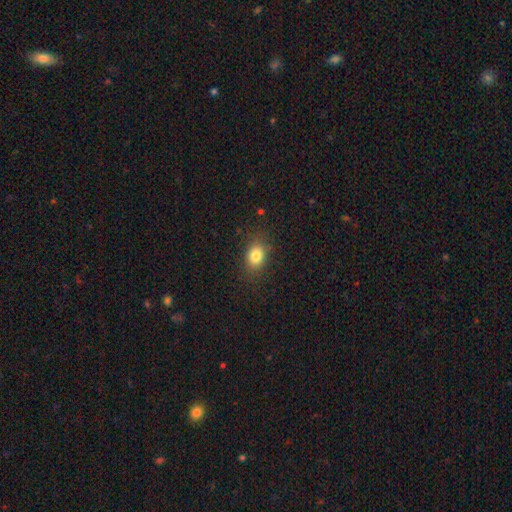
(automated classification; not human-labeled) A smooth galaxy with no disk features (83%) that is in between round and cigar-shaped (69%).

Vote fractions:
- Smooth or featured? smooth: 83% / star or artifact: 11% / featured or disk: 7%
- How rounded? in between: 69% / round: 29% / cigar-shaped: 2%
- Merging? none: 83% / minor disturbance: 12% / major disturbance: 4% / merger: 1%